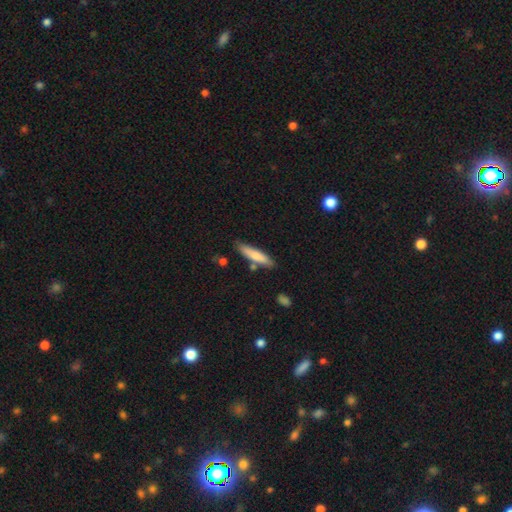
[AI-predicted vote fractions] smooth 74%, featured or disk 20%, star or artifact 6%. Down the decision tree: how rounded — cigar-shaped (80%); merging — none (79%).